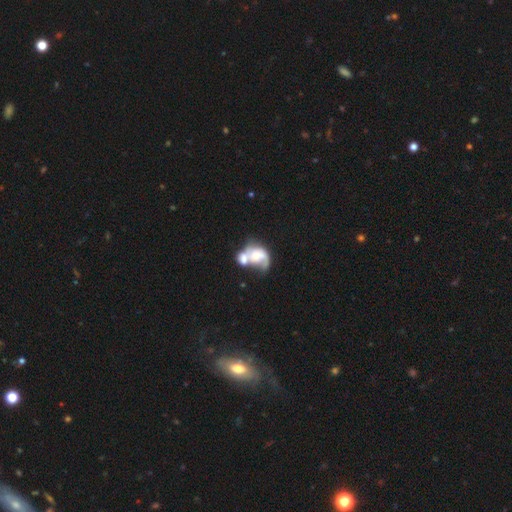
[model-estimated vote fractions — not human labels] This is possibly a featured or disk galaxy (57%). It is clearly not viewed edge-on (97%). Bar: likely no (74%). Spiral arm pattern: likely yes (63%). Central bulge: possibly moderate (52%). Merging: likely merger (69%).